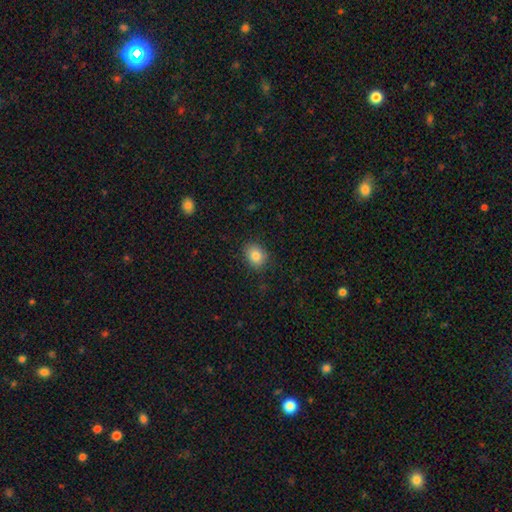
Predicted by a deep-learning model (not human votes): Morphology: type=smooth (84%); roundness=in between (54%); merging=none (85%).